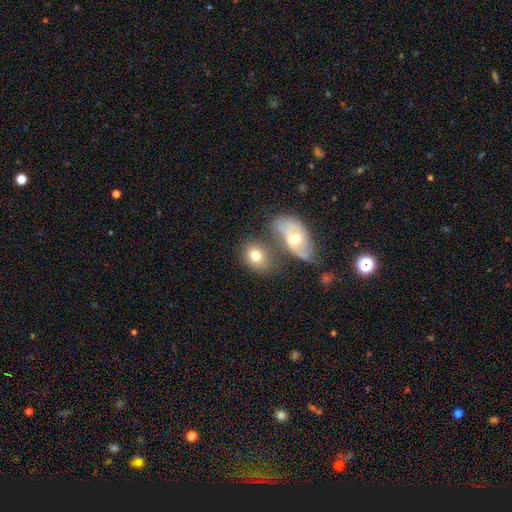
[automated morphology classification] smooth-or-featured: smooth: 71% | featured or disk: 21% | star or artifact: 9%
  how-rounded: in between: 64% | round: 35% | cigar-shaped: 2%
  merging: none: 47% | merger: 33% | minor disturbance: 14% | major disturbance: 7%